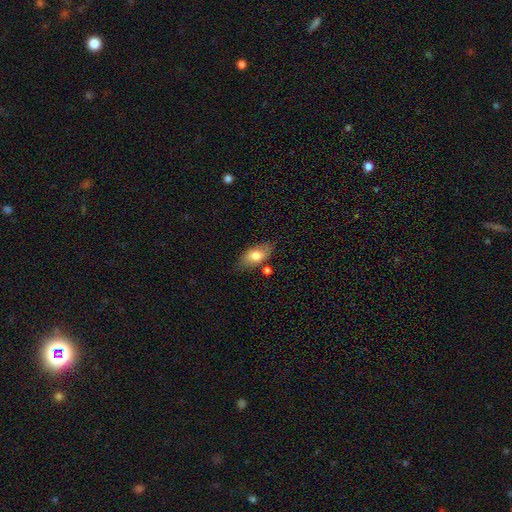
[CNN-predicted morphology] Overall: smooth (76%). How rounded: in between (89%). Merging: none (75%).